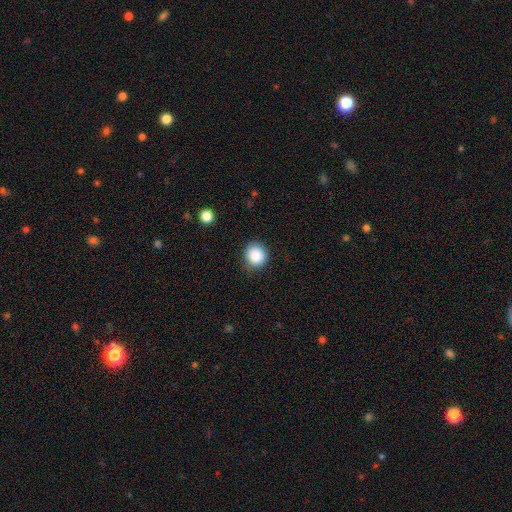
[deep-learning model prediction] The model was most divided on "how rounded": round: 85%, in between: 14%, cigar-shaped: 1%. More confident: smooth or featured — smooth (87%); merging — none (84%).